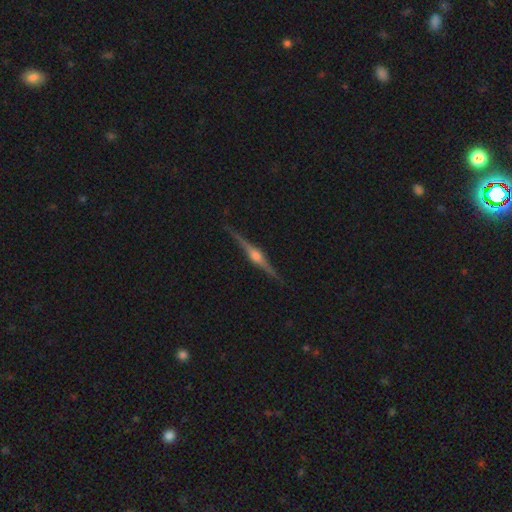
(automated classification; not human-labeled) smooth-or-featured: featured or disk: 86% | smooth: 9% | star or artifact: 6%
  disk-edge-on: yes: 98% | no: 2%
    edge-on-bulge: rounded: 90% | boxy: 7% | none: 3%
  merging: none: 90% | minor disturbance: 7% | major disturbance: 1% | merger: 1%